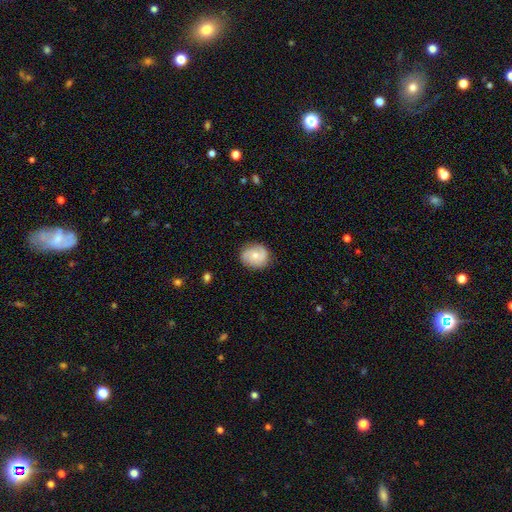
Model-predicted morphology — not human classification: The model was most divided on "smooth or featured": smooth: 51%, featured or disk: 42%, star or artifact: 7%. More confident: merging — none (80%); how rounded — round (70%).